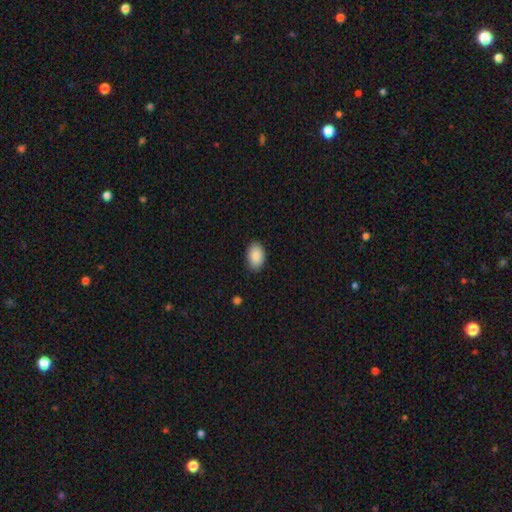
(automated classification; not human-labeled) smooth 89%, star or artifact 6%, featured or disk 4%. Down the decision tree: how rounded — in between (89%); merging — none (87%).